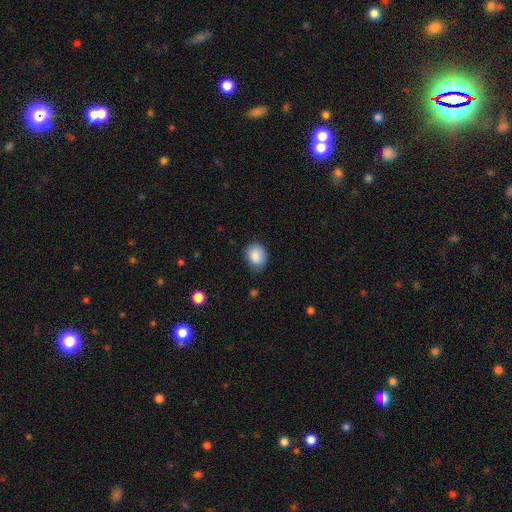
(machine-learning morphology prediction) smooth-or-featured: smooth: 87% | star or artifact: 8% | featured or disk: 5%
  how-rounded: in between: 51% | round: 48% | cigar-shaped: 1%
  merging: none: 73% | minor disturbance: 22% | major disturbance: 4% | merger: 1%